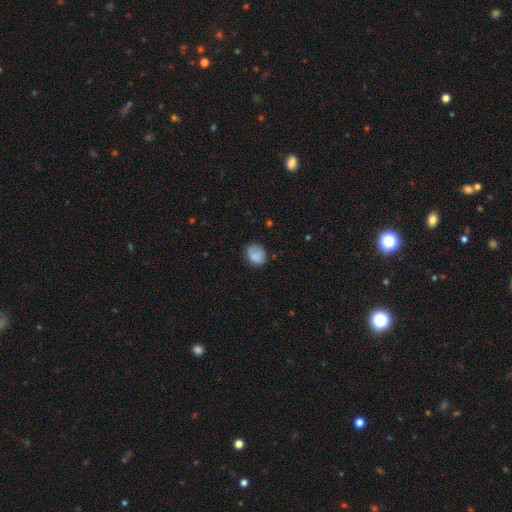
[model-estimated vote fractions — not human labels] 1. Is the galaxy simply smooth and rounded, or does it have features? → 83% smooth, 9% featured or disk, 8% star or artifact.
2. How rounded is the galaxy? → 56% round, 43% in between, 1% cigar-shaped.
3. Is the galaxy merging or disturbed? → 69% none, 23% minor disturbance, 7% major disturbance, 1% merger.